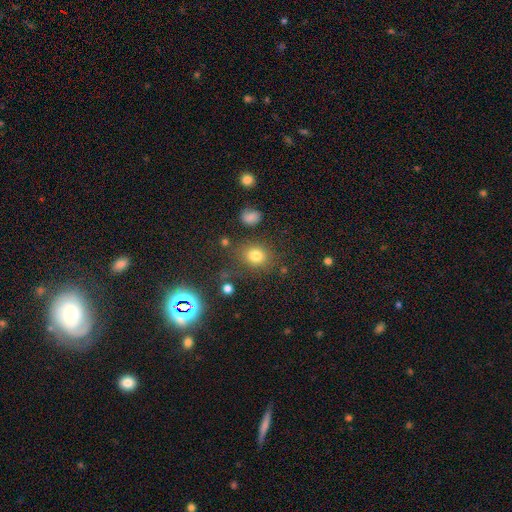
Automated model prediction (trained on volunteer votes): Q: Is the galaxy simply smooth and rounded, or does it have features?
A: smooth — 77%.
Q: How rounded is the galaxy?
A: round — 62%.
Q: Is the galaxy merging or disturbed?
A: none — 76%.